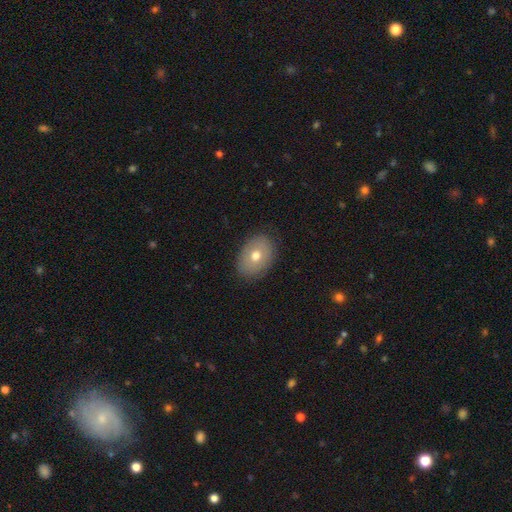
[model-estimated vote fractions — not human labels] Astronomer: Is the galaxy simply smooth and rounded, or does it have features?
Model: smooth — 64%.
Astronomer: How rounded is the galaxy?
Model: in between — 73%.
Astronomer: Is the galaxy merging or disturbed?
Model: none — 85%.